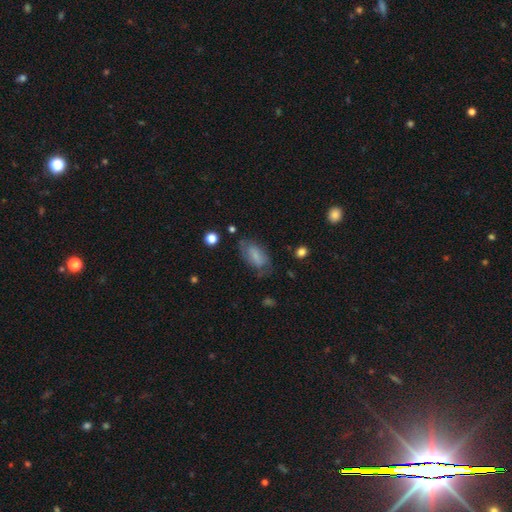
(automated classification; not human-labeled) This is likely a smooth galaxy (62%). How rounded: clearly in between (89%). Merging: likely none (61%).